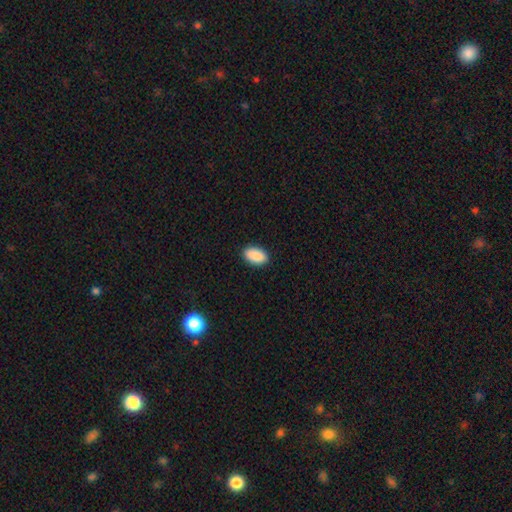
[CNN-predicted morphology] This appears to be a smooth galaxy with no disk features (90%) that is in between round and cigar-shaped (94%). Merging: none (90%).